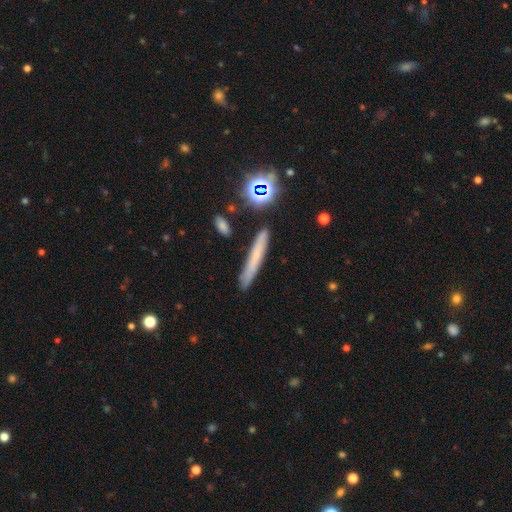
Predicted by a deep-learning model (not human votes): Morphology: type=smooth (57%); roundness=cigar-shaped (92%); merging=none (84%).